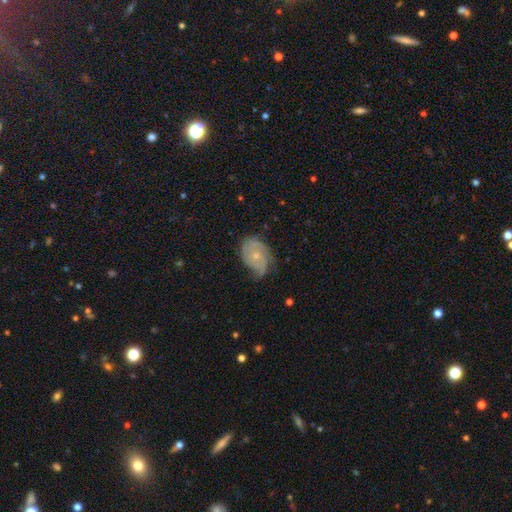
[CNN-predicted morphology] The model was most divided on "spiral arm count": 2: 39%, can't tell: 28%, 3: 17%, 1: 8%, 4: 4%, more than 4: 3%. More confident: edge-on disk — no (97%); spiral arms — yes (91%); bar — no (78%); smooth or featured — featured or disk (73%); bulge size — small (59%); merging — none (56%); spiral winding — tight (55%).